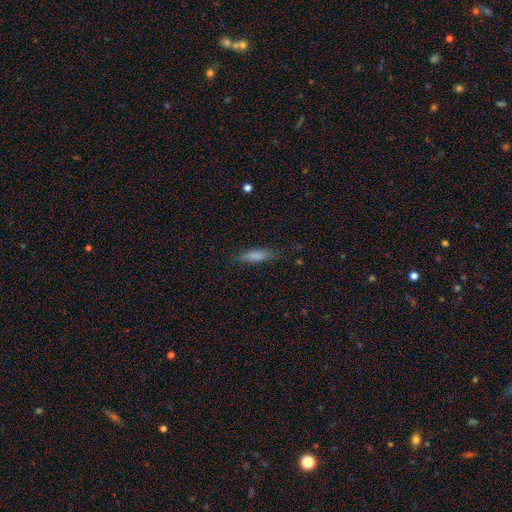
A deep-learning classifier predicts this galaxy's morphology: Overall: smooth (80%). How rounded: cigar-shaped (62%; in between 36%). Merging: none (79%).